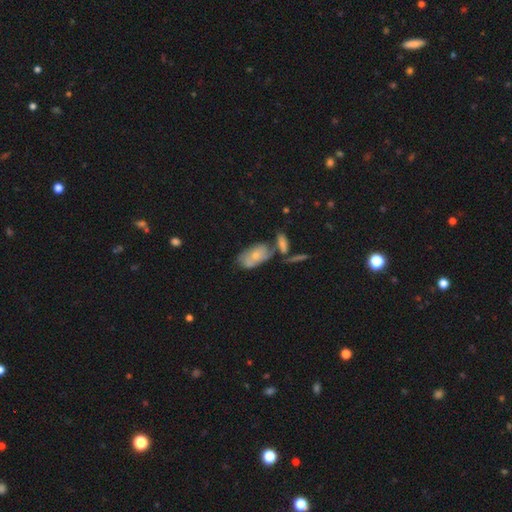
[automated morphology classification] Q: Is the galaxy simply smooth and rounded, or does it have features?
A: smooth — 51%.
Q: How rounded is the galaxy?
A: in between — 89%.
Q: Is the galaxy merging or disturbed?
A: none — 39%.